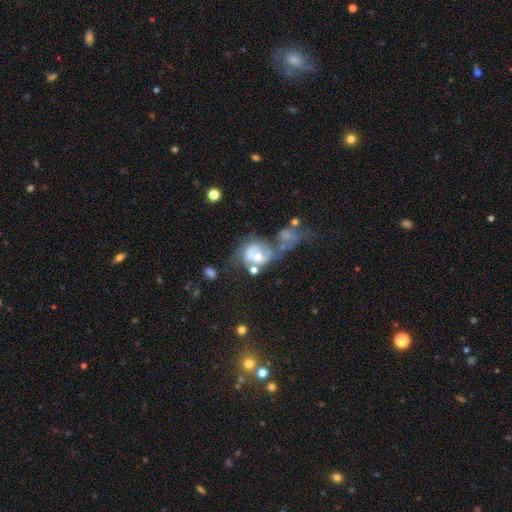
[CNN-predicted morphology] A featured or disk galaxy (53%) with no bar (82%), no spiral arms (71%) and a moderate central bulge (49%).

Vote fractions:
- Smooth or featured? featured or disk: 53% / smooth: 35% / star or artifact: 12%
- Edge-on disk? no: 97% / yes: 3%
- Bar? no: 82% / weak: 14% / strong: 5%
- Spiral arms? no: 71% / yes: 29%
- Bulge size? moderate: 49% / large: 18% / small: 17% / none: 12% / dominant: 4%
- Merging? merger: 47% / major disturbance: 26% / none: 16% / minor disturbance: 11%